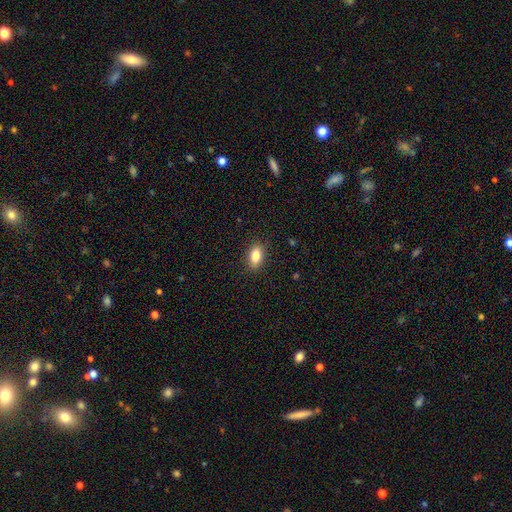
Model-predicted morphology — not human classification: Q: Smooth or featured?
A: smooth (83%); runner-up: featured or disk (9%)
Q: How rounded?
A: in between (87%); runner-up: round (9%)
Q: Merging?
A: none (87%); runner-up: minor disturbance (10%)